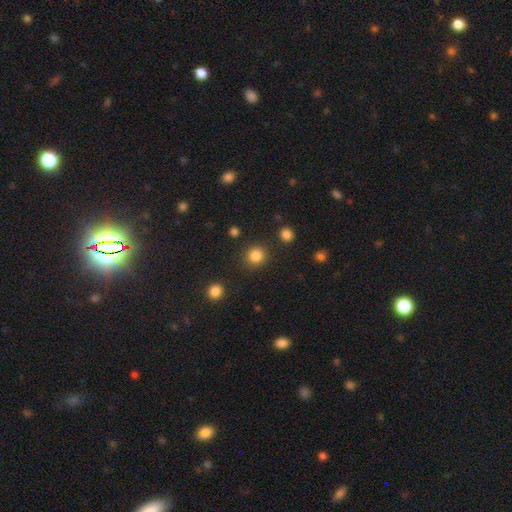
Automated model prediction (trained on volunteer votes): Smooth or featured? smooth (85%)
How rounded? round (90%)
Merging? none (89%)